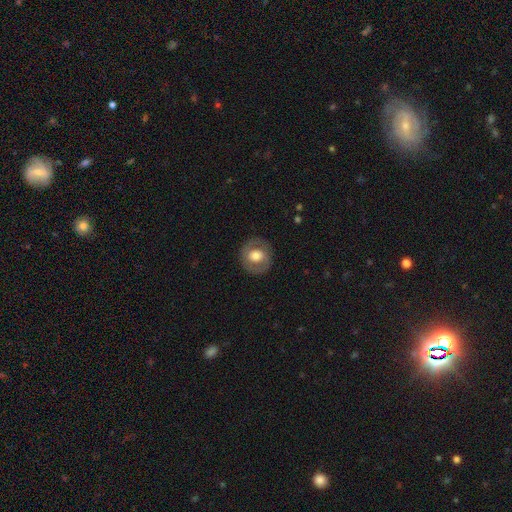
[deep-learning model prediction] The model was most divided on "smooth or featured": smooth: 51%, featured or disk: 43%, star or artifact: 6%. More confident: merging — none (84%); how rounded — round (83%).